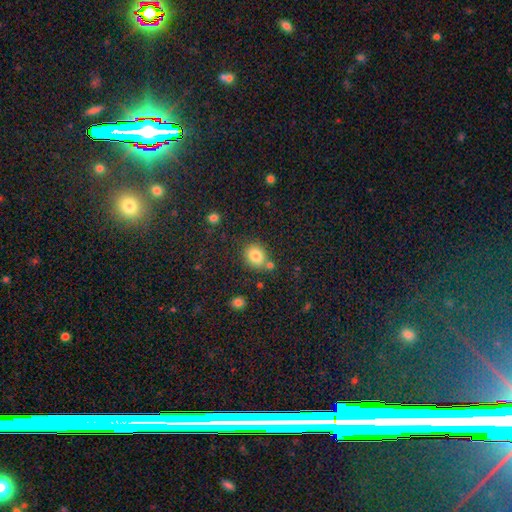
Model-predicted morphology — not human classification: Smooth or featured: smooth — 82% (star or artifact — 11%)
How rounded: round — 61% (in between — 38%)
Merging: none — 69% (merger — 15%)